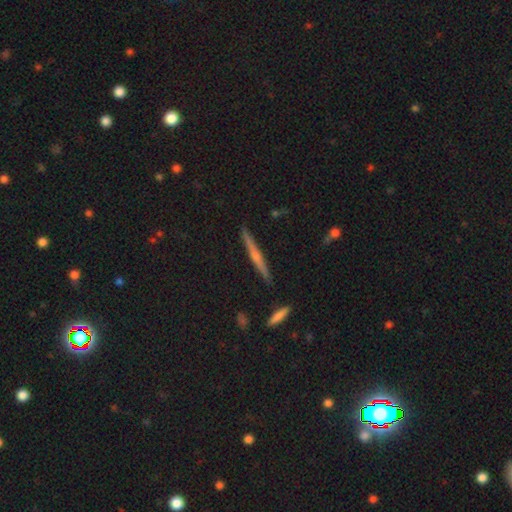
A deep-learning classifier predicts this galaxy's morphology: featured or disk 61%, smooth 32%, star or artifact 7%. Down the decision tree: edge-on disk — yes (98%); edge-on bulge — rounded (58%); merging — none (90%).